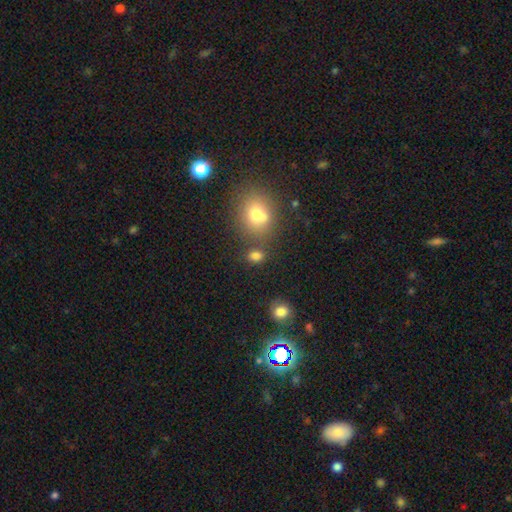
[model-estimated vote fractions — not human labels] Smooth or featured: smooth — 78% (star or artifact — 15%)
How rounded: in between — 59% (round — 39%)
Merging: none — 68% (merger — 14%)